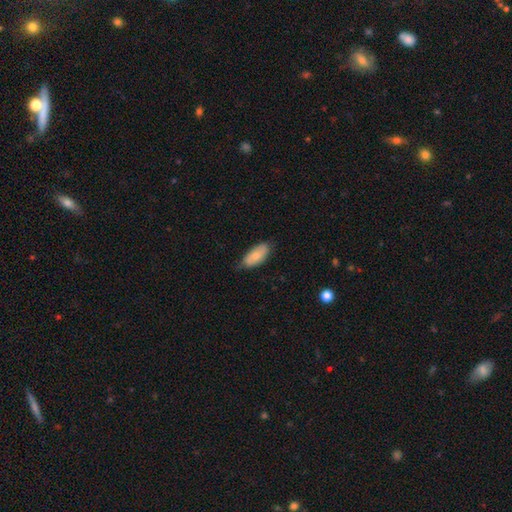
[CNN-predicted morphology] type=smooth (77%); roundness=in between (89%); merging=none (67%).